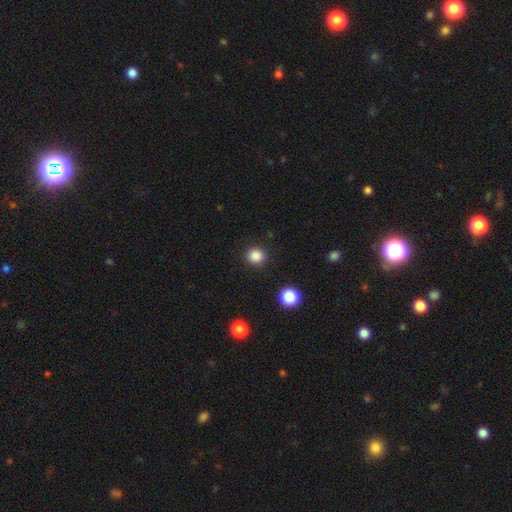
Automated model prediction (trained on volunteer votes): A smooth galaxy with no disk features (85%) that is round (86%). Merging: none (91%).